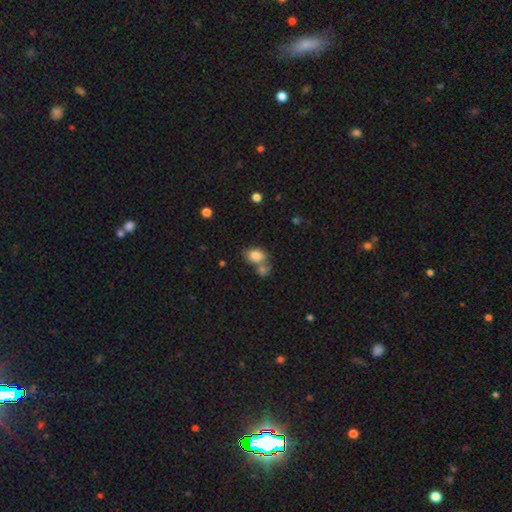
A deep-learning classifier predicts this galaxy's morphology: This appears to be a smooth galaxy with no disk features (82%) that is in between round and cigar-shaped (77%). Merging: merger (41%).